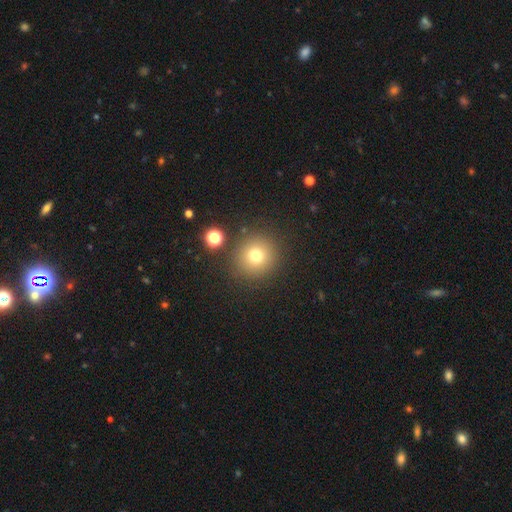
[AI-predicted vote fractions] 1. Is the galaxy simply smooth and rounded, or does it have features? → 74% smooth, 16% star or artifact, 9% featured or disk.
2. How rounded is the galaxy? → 94% round, 5% in between, 1% cigar-shaped.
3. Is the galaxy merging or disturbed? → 86% none, 7% minor disturbance, 4% merger, 3% major disturbance.